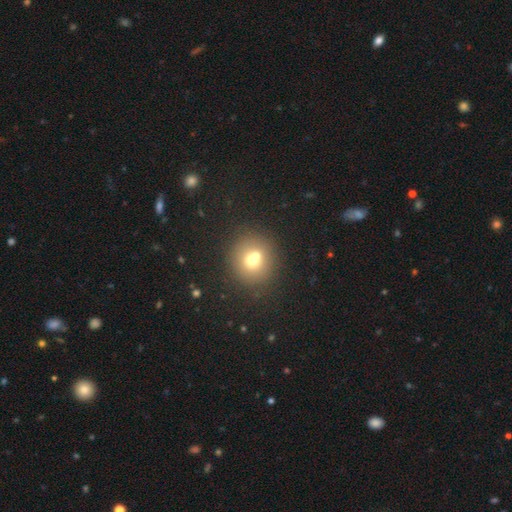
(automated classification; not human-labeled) Smooth or featured: smooth — 67% (featured or disk — 20%)
How rounded: round — 86% (in between — 13%)
Merging: none — 50% (merger — 38%)